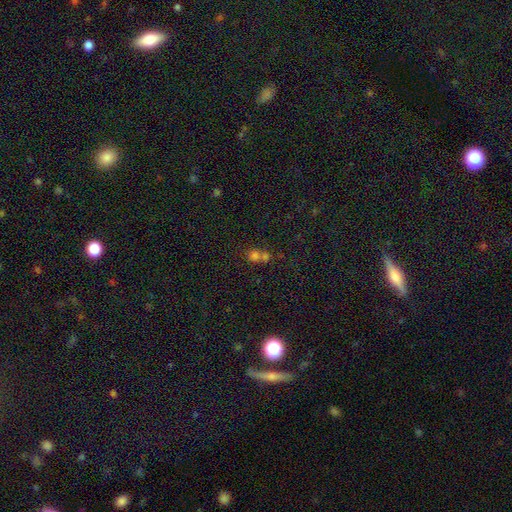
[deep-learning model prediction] The model was most divided on "merging": merger: 54%, none: 37%, minor disturbance: 6%, major disturbance: 3%. More confident: how rounded — round (79%); smooth or featured — smooth (61%).